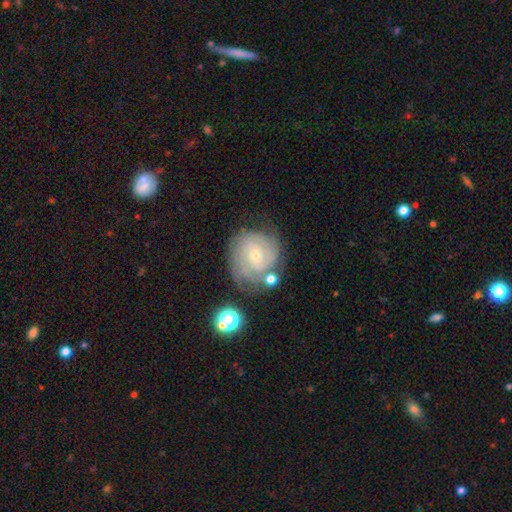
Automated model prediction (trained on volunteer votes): A featured or disk galaxy (78%) with no bar (64%), tight (73%) spiral arms (95%) and a small central bulge (63%).

Vote fractions:
- Smooth or featured? featured or disk: 78% / smooth: 13% / star or artifact: 9%
- Edge-on disk? no: 98% / yes: 2%
- Bar? no: 64% / weak: 30% / strong: 6%
- Spiral arms? yes: 95% / no: 5%
- Spiral winding? tight: 73% / medium: 22% / loose: 5%
- Spiral arm count? can't tell: 32% / 3: 25% / 2: 18% / 4: 15% / more than 4: 5% / 1: 5%
- Bulge size? small: 63% / moderate: 34% / large: 1% / none: 1% / dominant: 1%
- Merging? none: 68% / minor disturbance: 18% / major disturbance: 7% / merger: 7%